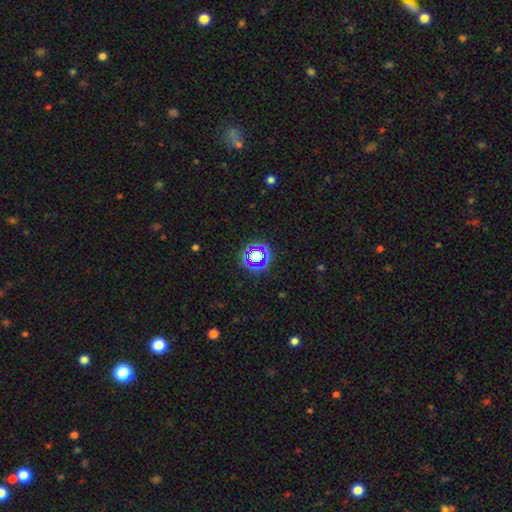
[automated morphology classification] A star or artifact, not a galaxy (63%).